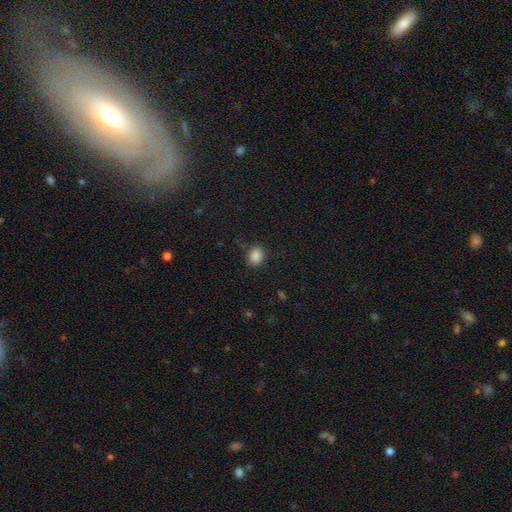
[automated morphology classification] A smooth galaxy with no disk features (87%) that is round (59%). Merging: none (86%).